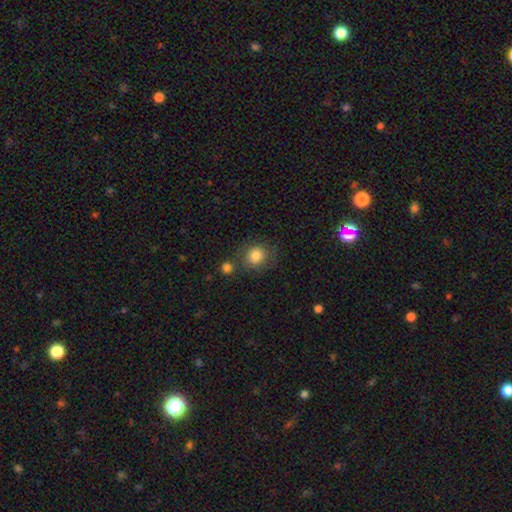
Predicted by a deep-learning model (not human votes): Smooth or featured? smooth (83%)
How rounded? round (77%)
Merging? none (70%)